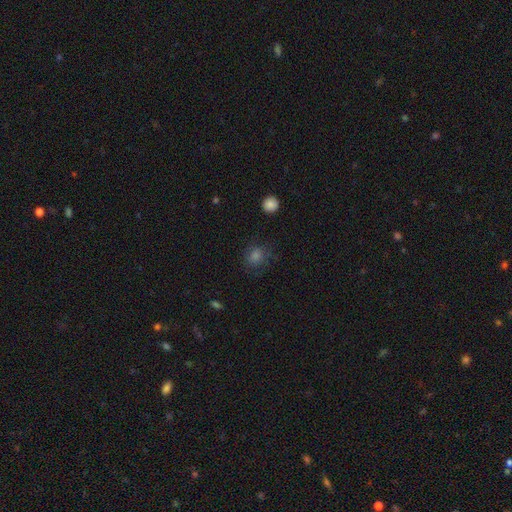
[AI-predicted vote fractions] This is likely a smooth galaxy (67%). How rounded: likely round (75%). Merging: likely none (78%).